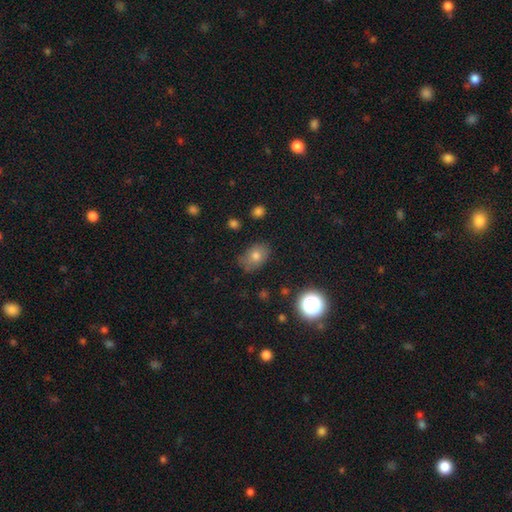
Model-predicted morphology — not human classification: This appears to be a smooth galaxy with no disk features (74%) that is in between round and cigar-shaped (77%). Merging: none (71%).